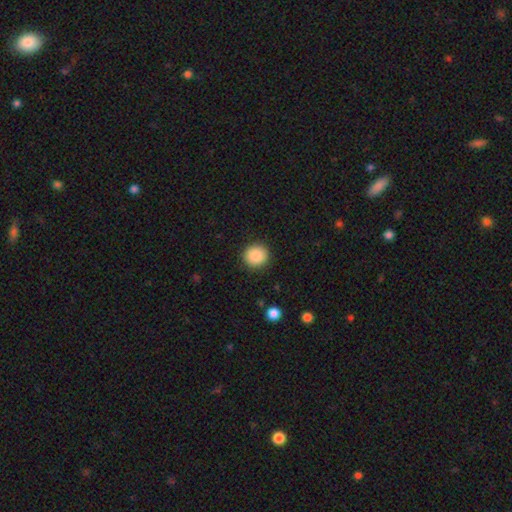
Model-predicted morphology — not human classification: Smooth or featured?
  - smooth: 88% *
  - star or artifact: 9%
  - featured or disk: 3%
How rounded?
  - round: 92% *
  - in between: 7%
  - cigar-shaped: 1%
Merging?
  - none: 91% *
  - minor disturbance: 6%
  - major disturbance: 2%
  - merger: 1%